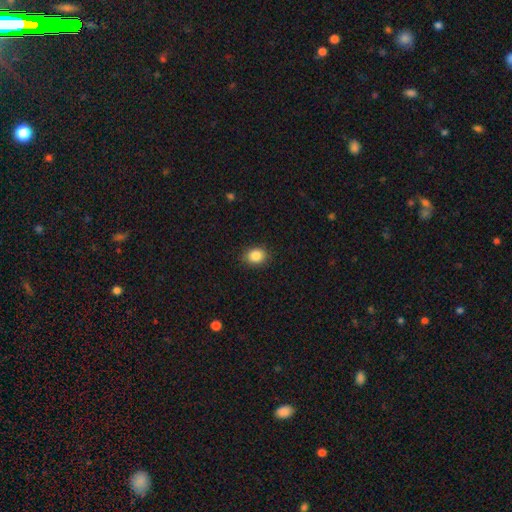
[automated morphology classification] Smooth or featured: smooth — 87% (star or artifact — 9%)
How rounded: round — 56% (in between — 43%)
Merging: none — 88% (minor disturbance — 9%)